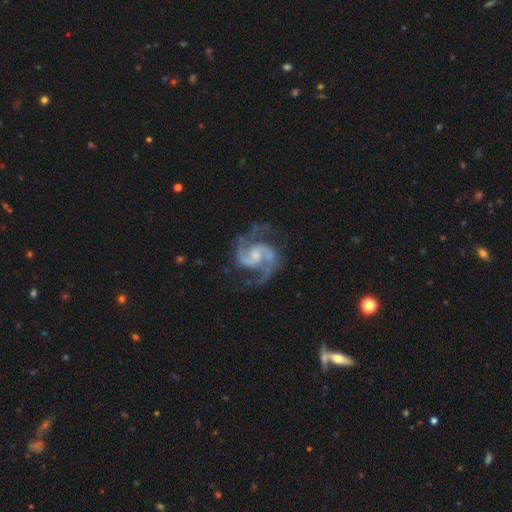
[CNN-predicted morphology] Smooth or featured? Predicted: featured or disk (p=0.93). Edge-on disk? Predicted: no (p=0.98). Bar? Predicted: no (p=0.52). Spiral arms? Predicted: yes (p=0.99). Spiral winding? Predicted: medium (p=0.66). Spiral arm count? Predicted: 2 (p=0.91). Bulge size? Predicted: small (p=0.55). Merging? Predicted: none (p=0.73).